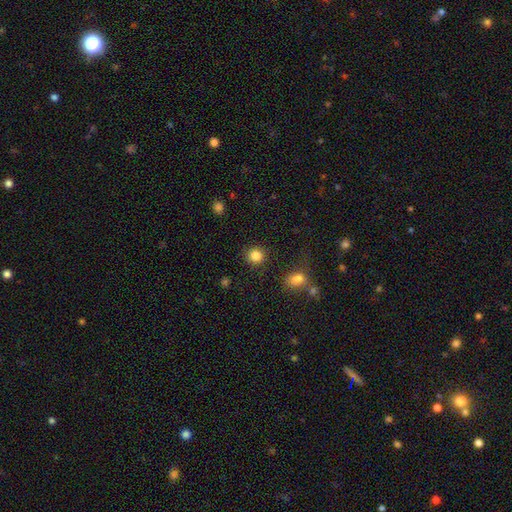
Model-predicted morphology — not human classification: This appears to be a smooth galaxy with no disk features (85%) that is round (88%). Merging: none (85%).